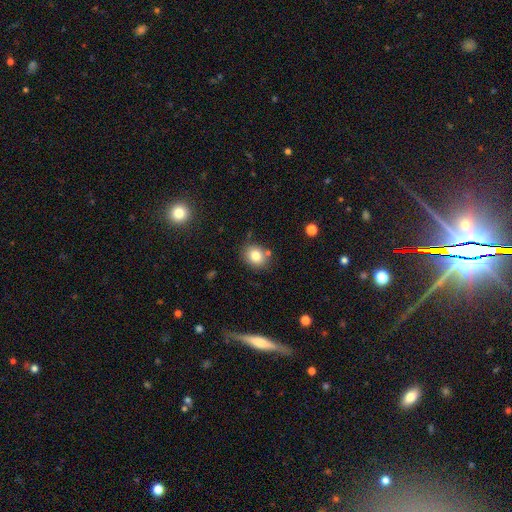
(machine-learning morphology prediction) Smooth or featured? smooth (79%)
How rounded? round (60%)
Merging? none (78%)